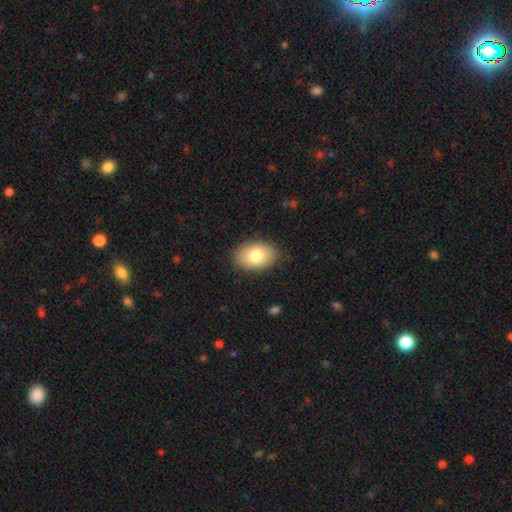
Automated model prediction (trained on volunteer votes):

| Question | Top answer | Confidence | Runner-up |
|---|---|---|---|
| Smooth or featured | smooth | 79% | featured or disk (14%) |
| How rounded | in between | 84% | round (15%) |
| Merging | none | 85% | minor disturbance (11%) |